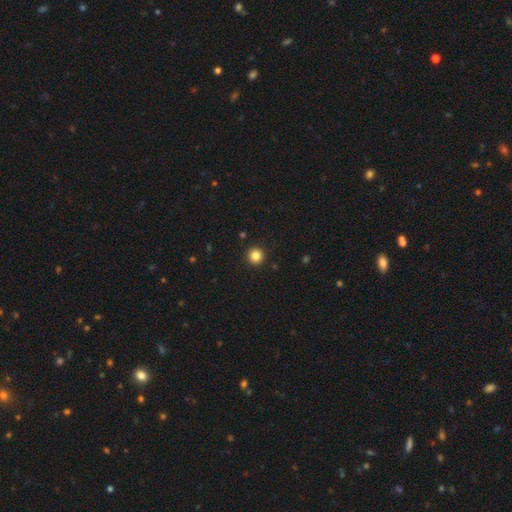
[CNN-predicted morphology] Smooth or featured? Predicted: smooth (p=0.84). How rounded? Predicted: round (p=0.96). Merging? Predicted: none (p=0.93).